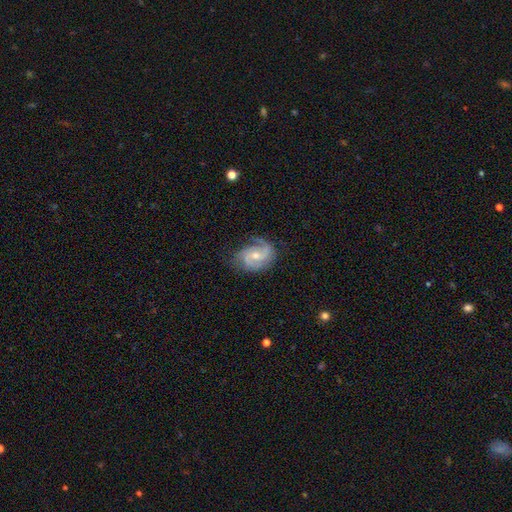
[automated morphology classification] smooth-or-featured: featured or disk: 85% | smooth: 9% | star or artifact: 5%
  disk-edge-on: no: 98% | yes: 2%
    bar: no: 48% | weak: 43% | strong: 9%
    has-spiral-arms: yes: 97% | no: 3%
      spiral-winding: medium: 52% | tight: 29% | loose: 19%
      spiral-arm-count: 2: 68% | 3: 15% | can't tell: 8% | 1: 5% | 4: 2% | more than 4: 2%
    bulge-size: moderate: 49% | small: 47% | none: 2% | large: 2% | dominant: 1%
  merging: none: 68% | minor disturbance: 22% | major disturbance: 8% | merger: 1%